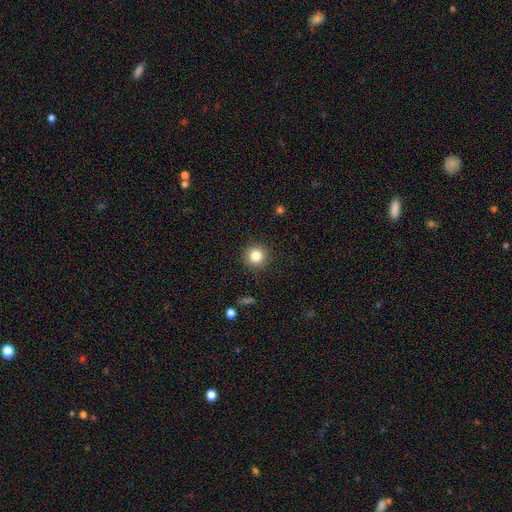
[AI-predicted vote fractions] smooth_or_featured: smooth (p=0.82) [alt: star or artifact p=0.11]
how_rounded: round (p=0.94) [alt: in between p=0.05]
merging: none (p=0.91) [alt: minor disturbance p=0.06]